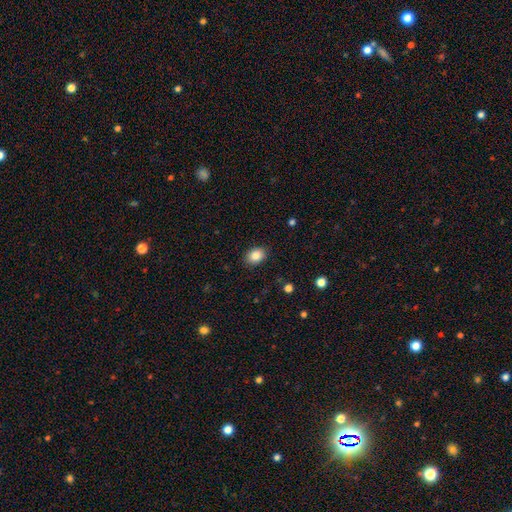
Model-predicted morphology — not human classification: Smooth or featured?
  - smooth: 86% *
  - star or artifact: 9%
  - featured or disk: 6%
How rounded?
  - in between: 65% *
  - round: 34%
  - cigar-shaped: 1%
Merging?
  - none: 88% *
  - minor disturbance: 9%
  - major disturbance: 2%
  - merger: 1%